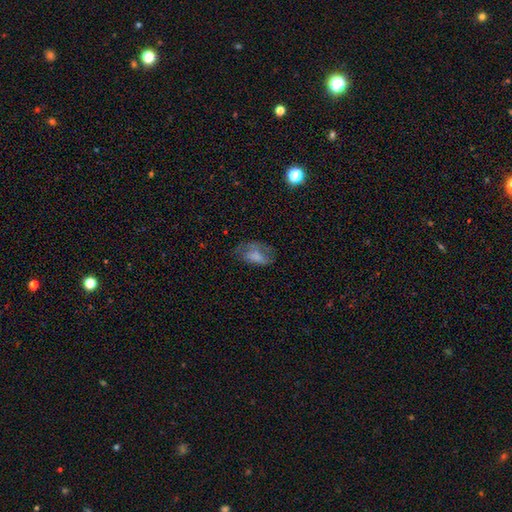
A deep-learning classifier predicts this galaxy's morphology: Smooth or featured? Predicted: smooth (p=0.64). How rounded? Predicted: in between (p=0.88). Merging? Predicted: none (p=0.40).